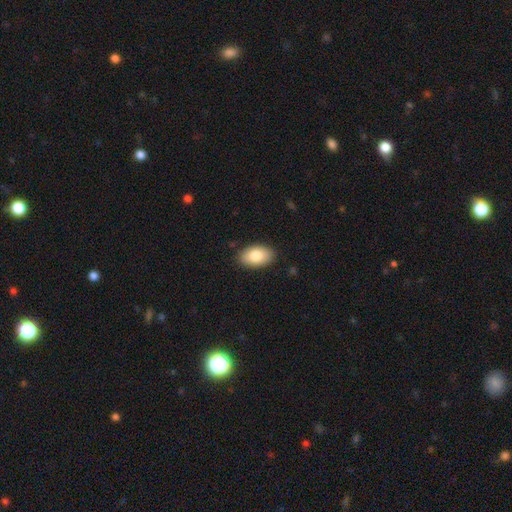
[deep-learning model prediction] Morphology: type=smooth (84%); roundness=in between (94%); merging=none (87%).